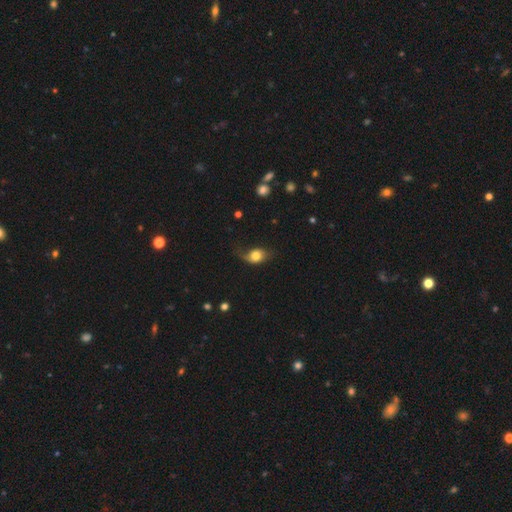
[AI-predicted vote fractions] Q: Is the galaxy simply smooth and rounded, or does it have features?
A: smooth — 71%.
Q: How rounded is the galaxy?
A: in between — 68%.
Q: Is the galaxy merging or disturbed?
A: none — 40%.